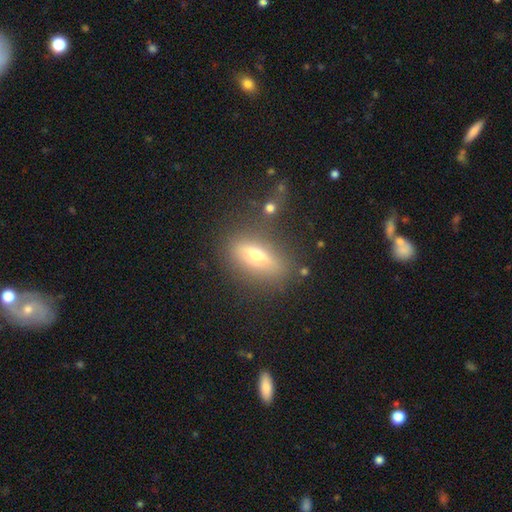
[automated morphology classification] type=smooth (48%); merging=none (75%).